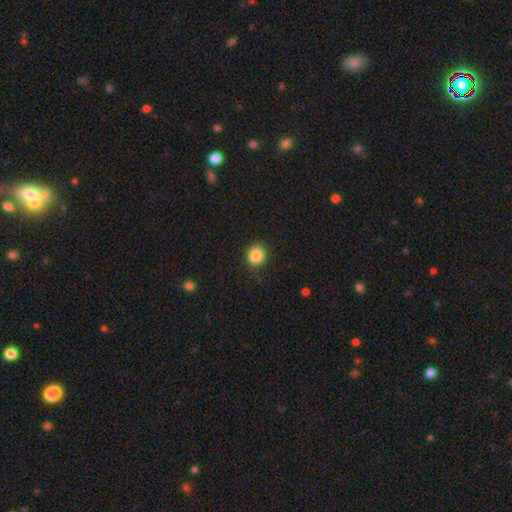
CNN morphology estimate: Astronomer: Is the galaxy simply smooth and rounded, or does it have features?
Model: smooth — 87%.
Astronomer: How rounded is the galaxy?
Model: round — 83%.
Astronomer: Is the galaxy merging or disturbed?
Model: none — 88%.